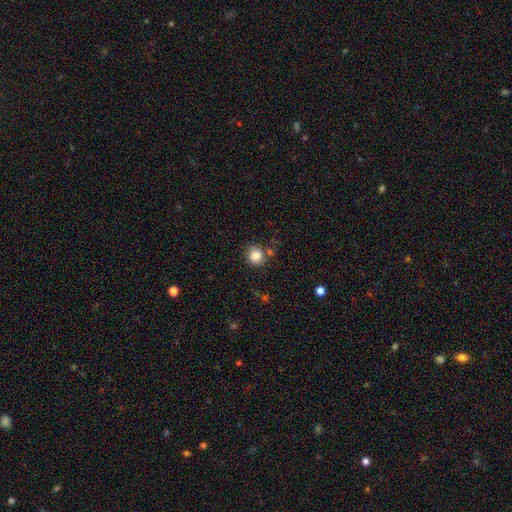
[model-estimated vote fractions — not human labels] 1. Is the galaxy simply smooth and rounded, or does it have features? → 85% smooth, 10% star or artifact, 5% featured or disk.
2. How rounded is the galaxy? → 87% round, 12% in between, 1% cigar-shaped.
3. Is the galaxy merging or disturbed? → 77% none, 13% minor disturbance, 7% merger, 4% major disturbance.